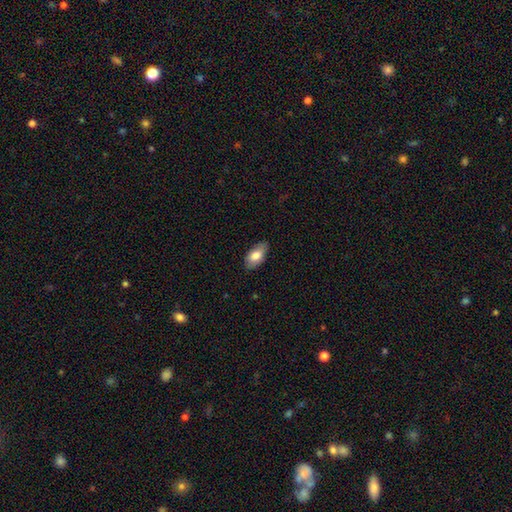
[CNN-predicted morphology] This is likely a smooth galaxy (79%). How rounded: clearly in between (93%). Merging: clearly none (82%).